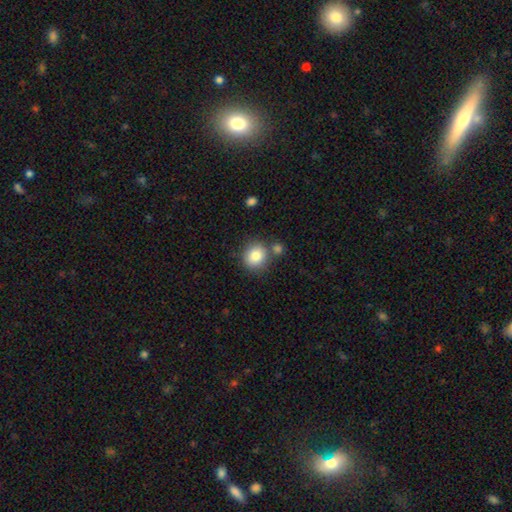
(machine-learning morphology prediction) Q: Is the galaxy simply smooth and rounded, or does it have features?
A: smooth — 82%.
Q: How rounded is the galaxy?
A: round — 84%.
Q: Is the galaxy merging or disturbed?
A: none — 71%.